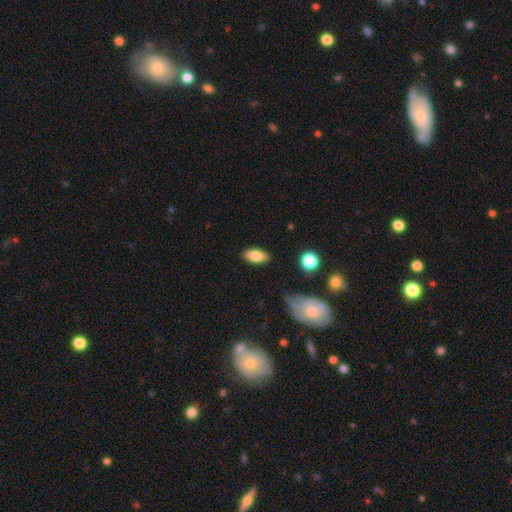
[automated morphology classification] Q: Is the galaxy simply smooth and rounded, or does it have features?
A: smooth — 80%.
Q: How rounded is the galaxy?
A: in between — 91%.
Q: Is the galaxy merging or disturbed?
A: none — 85%.